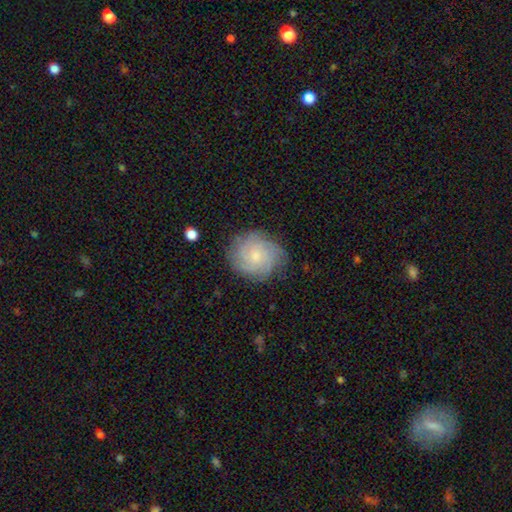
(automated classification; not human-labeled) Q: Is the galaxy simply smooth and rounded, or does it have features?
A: featured or disk — 59%.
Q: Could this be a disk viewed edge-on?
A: no — 97%.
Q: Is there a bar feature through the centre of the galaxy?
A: no — 78%.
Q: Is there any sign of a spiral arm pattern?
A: yes — 92%.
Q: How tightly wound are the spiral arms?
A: tight — 68%.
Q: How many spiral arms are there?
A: can't tell — 41%.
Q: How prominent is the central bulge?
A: small — 64%.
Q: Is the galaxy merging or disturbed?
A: none — 80%.